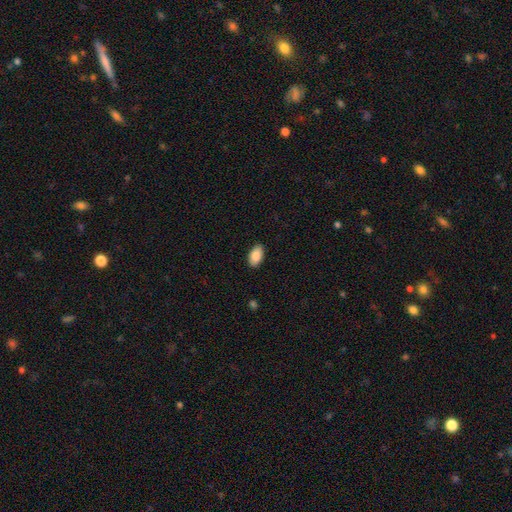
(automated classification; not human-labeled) Smooth or featured?
  - smooth: 87% *
  - featured or disk: 7%
  - star or artifact: 7%
How rounded?
  - in between: 94% *
  - round: 4%
  - cigar-shaped: 2%
Merging?
  - none: 88% *
  - minor disturbance: 9%
  - major disturbance: 2%
  - merger: 1%